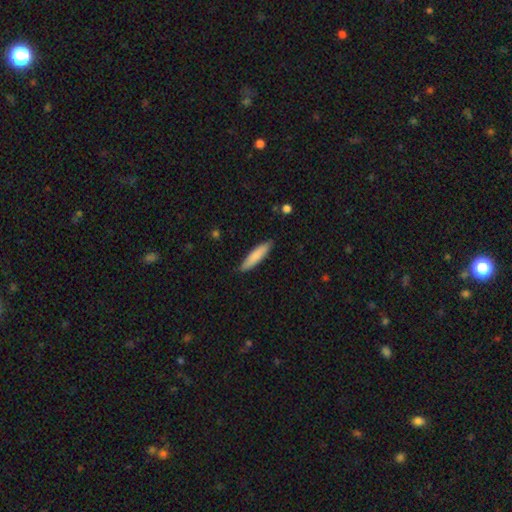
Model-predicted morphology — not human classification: This appears to be a smooth galaxy with no disk features (83%) that is cigar-shaped (79%). Merging: none (88%).